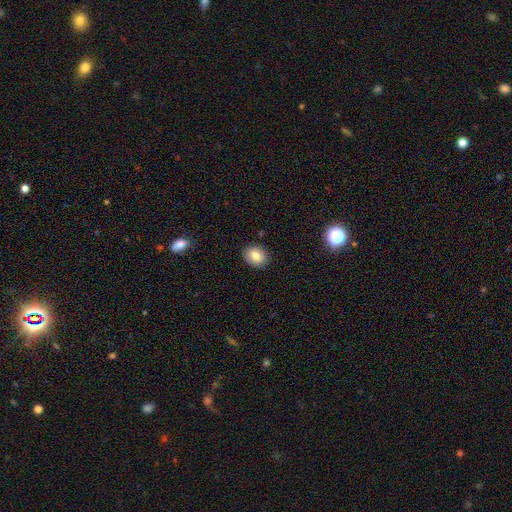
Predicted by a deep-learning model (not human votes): This is clearly a smooth galaxy (80%). How rounded: possibly in between (51%). Merging: clearly none (88%).